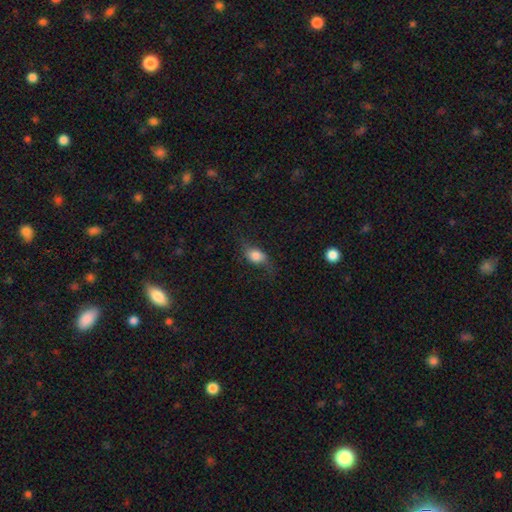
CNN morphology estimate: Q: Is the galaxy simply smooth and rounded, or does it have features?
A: smooth — 65%.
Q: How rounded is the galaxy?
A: in between — 70%.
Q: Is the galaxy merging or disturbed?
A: none — 57%.